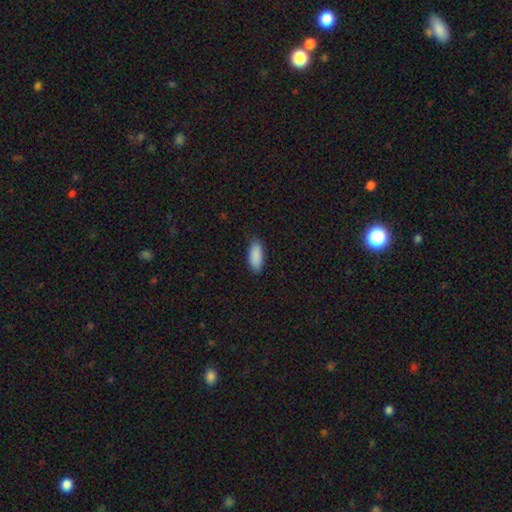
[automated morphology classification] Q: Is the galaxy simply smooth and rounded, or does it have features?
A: smooth — 90%.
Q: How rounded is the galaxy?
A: in between — 86%.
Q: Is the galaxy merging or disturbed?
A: none — 85%.